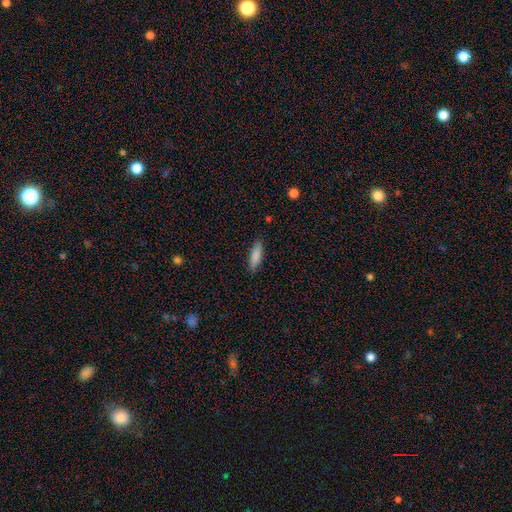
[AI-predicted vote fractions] Smooth or featured?
  - smooth: 86% *
  - featured or disk: 7%
  - star or artifact: 6%
How rounded?
  - cigar-shaped: 57% *
  - in between: 42%
  - round: 2%
Merging?
  - none: 86% *
  - minor disturbance: 11%
  - major disturbance: 2%
  - merger: 1%